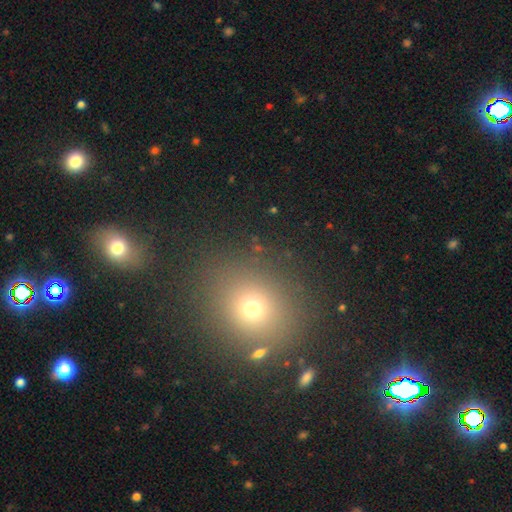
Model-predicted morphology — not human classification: smooth_or_featured: smooth (p=0.63) [alt: star or artifact p=0.27]
how_rounded: round (p=0.73) [alt: in between p=0.25]
merging: none (p=0.81) [alt: minor disturbance p=0.09]